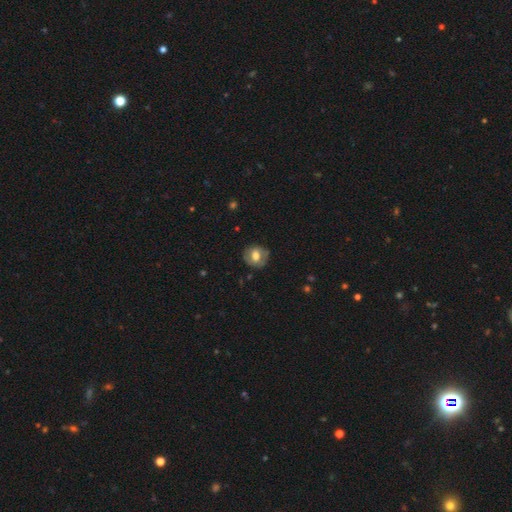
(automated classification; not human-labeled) smooth 60%, featured or disk 33%, star or artifact 8%. Down the decision tree: how rounded — round (75%); merging — none (79%).